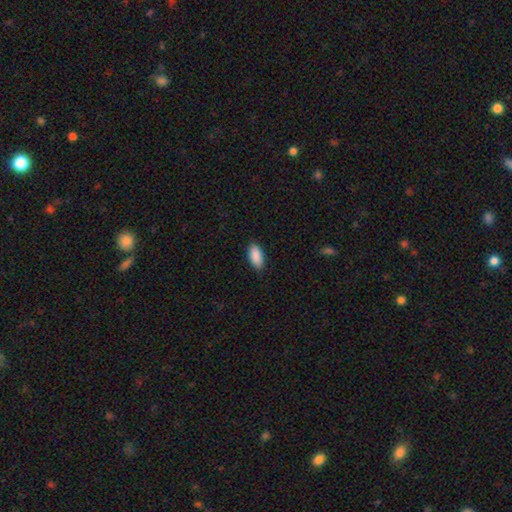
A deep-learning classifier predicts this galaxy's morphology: This is clearly a smooth galaxy (91%). How rounded: clearly in between (90%). Merging: clearly none (87%).